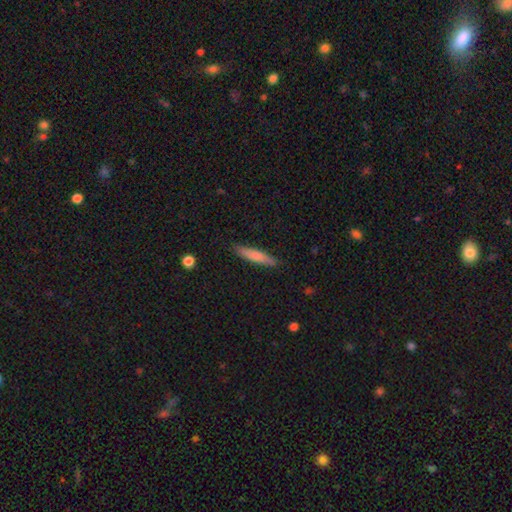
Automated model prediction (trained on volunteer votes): Smooth or featured? Predicted: smooth (p=0.76). How rounded? Predicted: cigar-shaped (p=0.87). Merging? Predicted: none (p=0.86).